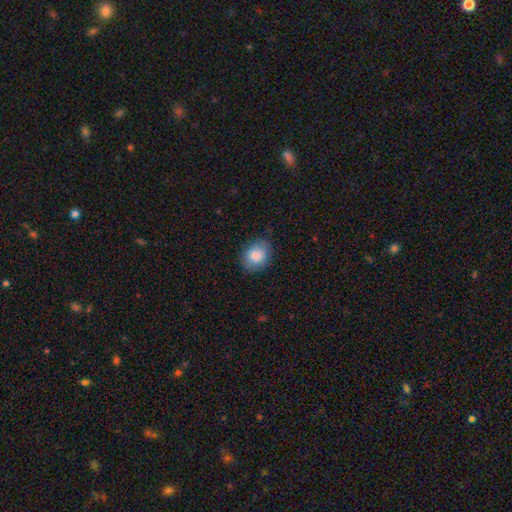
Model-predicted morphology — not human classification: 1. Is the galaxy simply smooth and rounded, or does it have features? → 83% smooth, 10% featured or disk, 8% star or artifact.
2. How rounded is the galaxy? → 50% round, 49% in between, 1% cigar-shaped.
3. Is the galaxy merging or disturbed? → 82% none, 14% minor disturbance, 3% major disturbance, 1% merger.